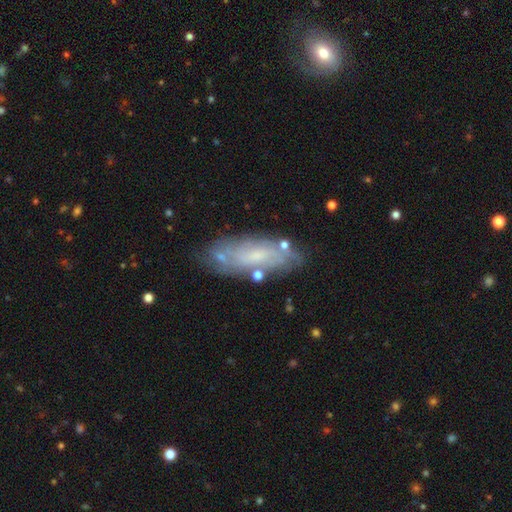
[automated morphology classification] Smooth or featured?
  - featured or disk: 55% *
  - smooth: 37%
  - star or artifact: 8%
Edge-on disk?
  - no: 81% *
  - yes: 19%
Merging?
  - none: 73% *
  - minor disturbance: 17%
  - major disturbance: 5%
  - merger: 5%